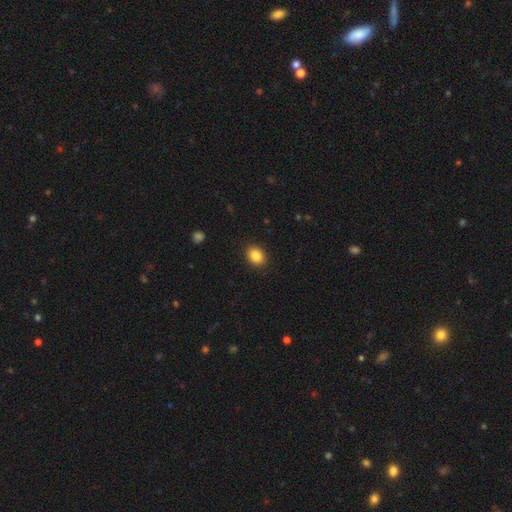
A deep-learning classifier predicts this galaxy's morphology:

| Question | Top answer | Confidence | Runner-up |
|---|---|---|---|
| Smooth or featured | smooth | 87% | star or artifact (9%) |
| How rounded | in between | 59% | round (40%) |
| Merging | none | 89% | minor disturbance (8%) |